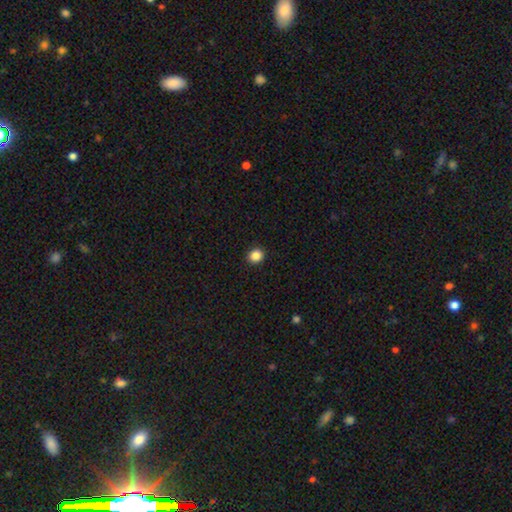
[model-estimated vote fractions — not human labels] Smooth or featured?
  - smooth: 86% *
  - star or artifact: 11%
  - featured or disk: 3%
How rounded?
  - round: 82% *
  - in between: 17%
  - cigar-shaped: 1%
Merging?
  - none: 92% *
  - minor disturbance: 5%
  - major disturbance: 2%
  - merger: 1%